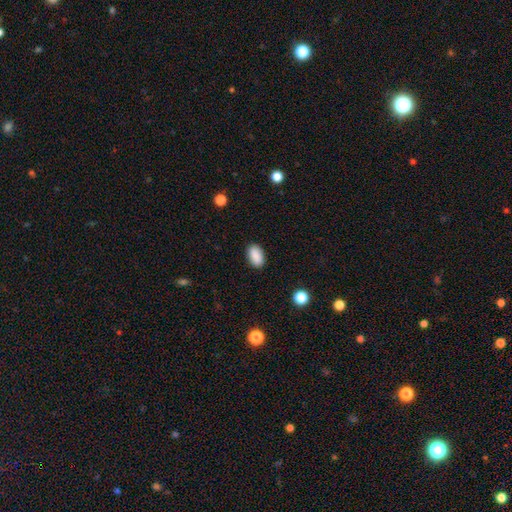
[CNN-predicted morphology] Smooth or featured? smooth (90%)
How rounded? in between (93%)
Merging? none (88%)